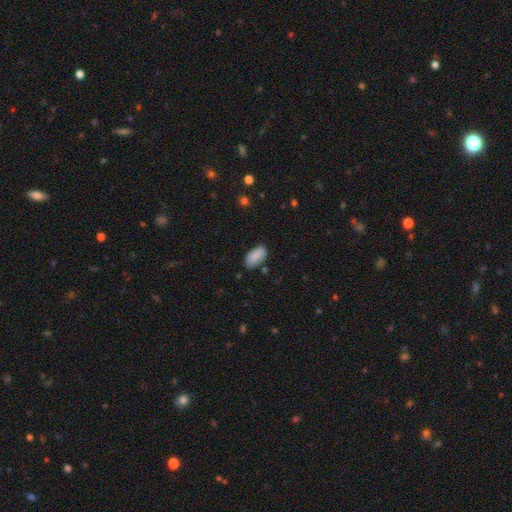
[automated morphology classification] Smooth or featured?
  - smooth: 88% *
  - star or artifact: 7%
  - featured or disk: 5%
How rounded?
  - in between: 94% *
  - cigar-shaped: 3%
  - round: 3%
Merging?
  - none: 79% *
  - minor disturbance: 15%
  - major disturbance: 3%
  - merger: 3%